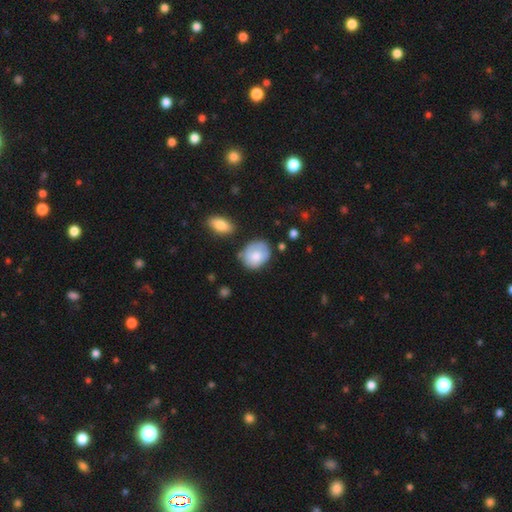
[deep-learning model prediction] smooth 72%, featured or disk 22%, star or artifact 6%. Down the decision tree: how rounded — round (54%); merging — none (62%).